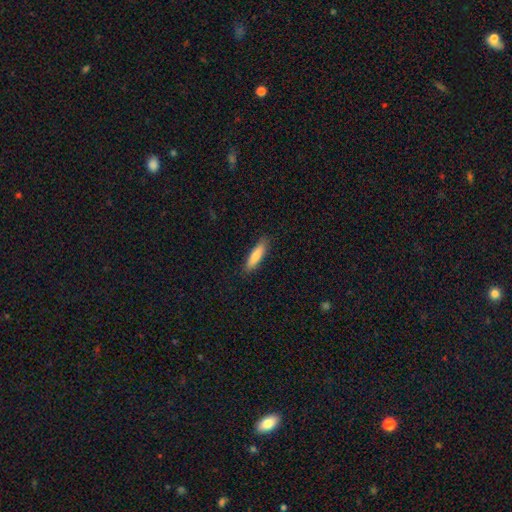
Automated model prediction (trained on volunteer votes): smooth-or-featured: smooth: 80% | featured or disk: 14% | star or artifact: 6%
  how-rounded: cigar-shaped: 73% | in between: 26% | round: 1%
  merging: none: 88% | minor disturbance: 9% | major disturbance: 2% | merger: 1%